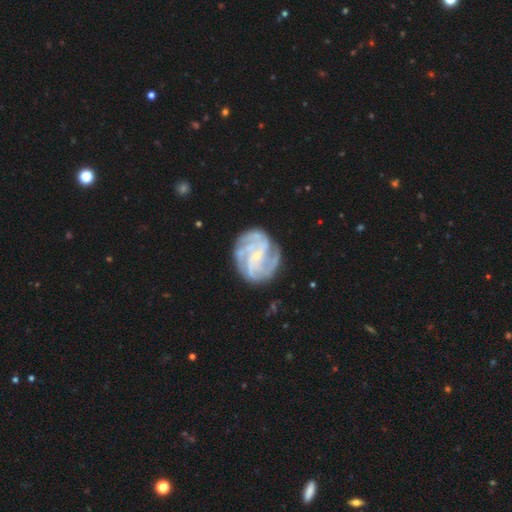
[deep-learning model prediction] This appears to be a featured or disk galaxy (87%) with no bar (46%), 4 (28%) tight (53%) spiral arms (96%) and a small central bulge (77%). Merging: none (76%).